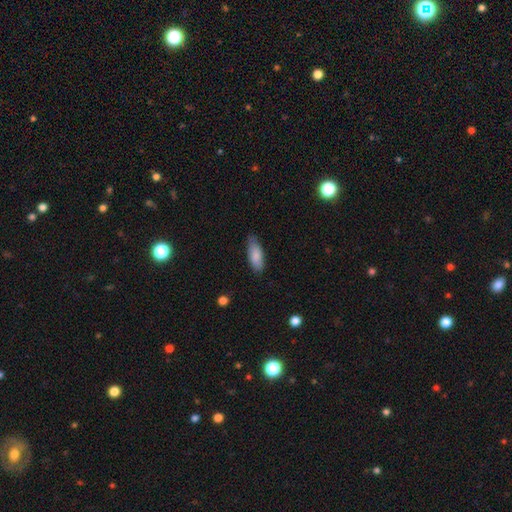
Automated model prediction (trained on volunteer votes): A smooth galaxy with no disk features (85%) that is in between round and cigar-shaped (72%). Merging: none (74%).